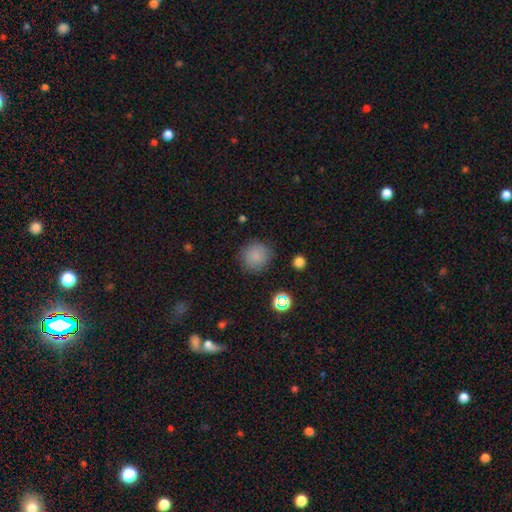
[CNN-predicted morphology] Smooth or featured? smooth (81%)
How rounded? round (92%)
Merging? none (84%)